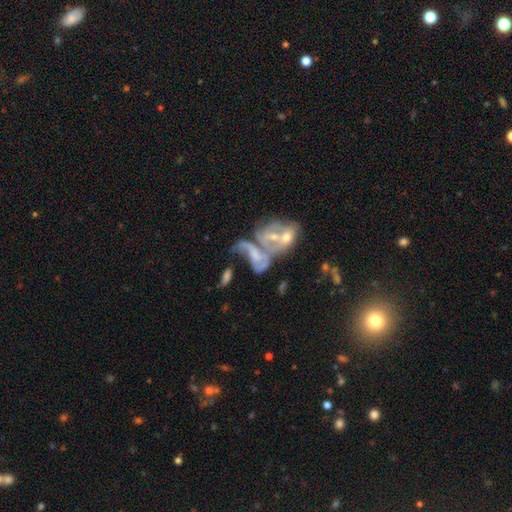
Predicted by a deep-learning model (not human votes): This appears to be a featured or disk galaxy (69%) with no bar (67%), spiral arms (64%) and a small central bulge (36%). Merging: merger (70%).